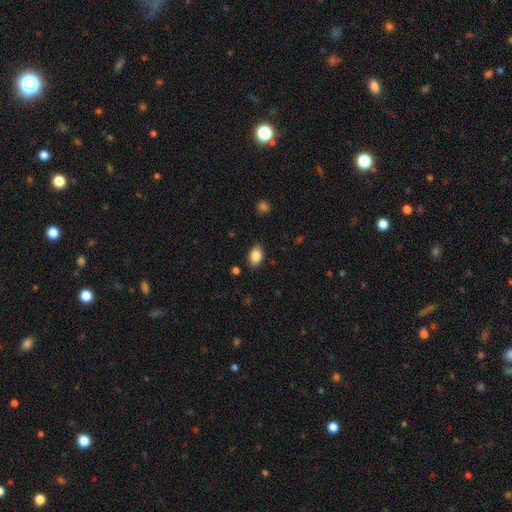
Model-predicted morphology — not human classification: The model was most divided on "merging": none: 85%, minor disturbance: 12%, major disturbance: 3%, merger: 1%. More confident: how rounded — in between (87%); smooth or featured — smooth (86%).